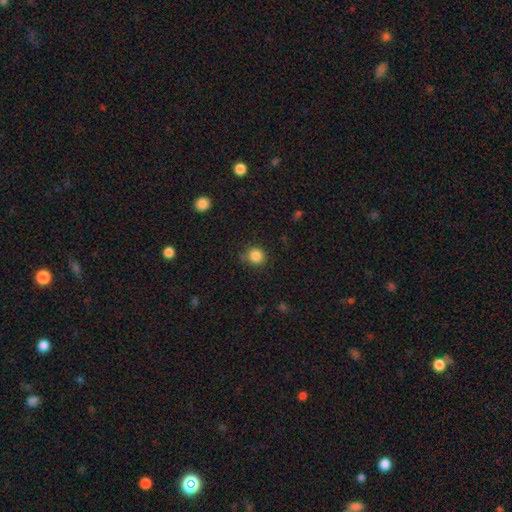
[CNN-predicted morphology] A smooth galaxy with no disk features (85%) that is round (89%).

Vote fractions:
- Smooth or featured? smooth: 85% / star or artifact: 11% / featured or disk: 4%
- How rounded? round: 89% / in between: 10% / cigar-shaped: 1%
- Merging? none: 81% / minor disturbance: 13% / major disturbance: 3% / merger: 3%